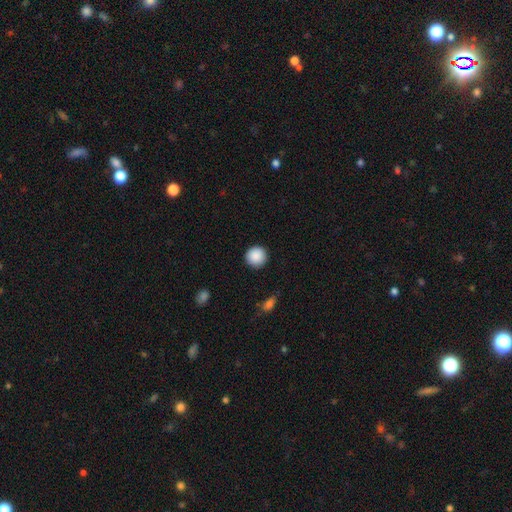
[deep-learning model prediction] Q: Smooth or featured?
A: smooth (89%); runner-up: star or artifact (8%)
Q: How rounded?
A: round (95%); runner-up: in between (4%)
Q: Merging?
A: none (91%); runner-up: minor disturbance (6%)